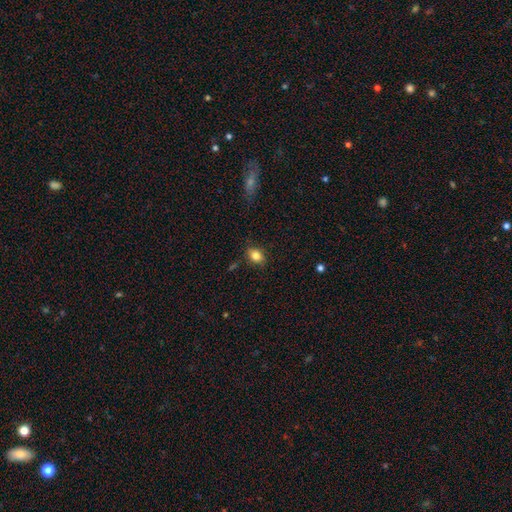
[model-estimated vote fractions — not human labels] This appears to be a smooth galaxy with no disk features (83%) that is in between round and cigar-shaped (66%). Merging: none (81%).